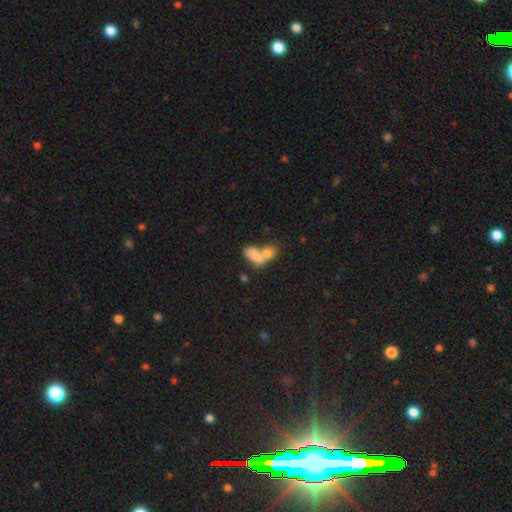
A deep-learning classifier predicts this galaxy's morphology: Smooth or featured? smooth (73%)
How rounded? in between (85%)
Merging? merger (70%)